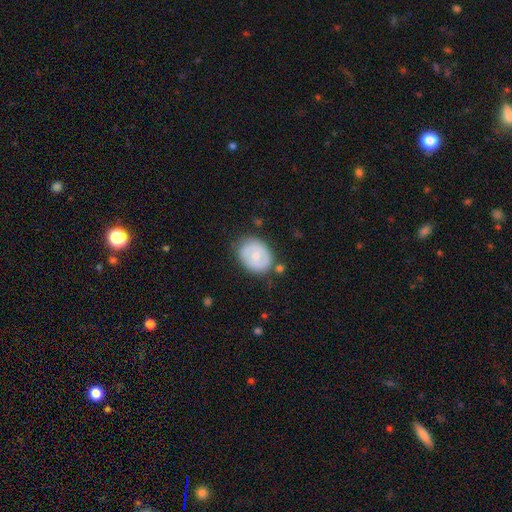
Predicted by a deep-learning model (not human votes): This is possibly a smooth galaxy (53%). How rounded: possibly in between (51%). Merging: likely none (69%).